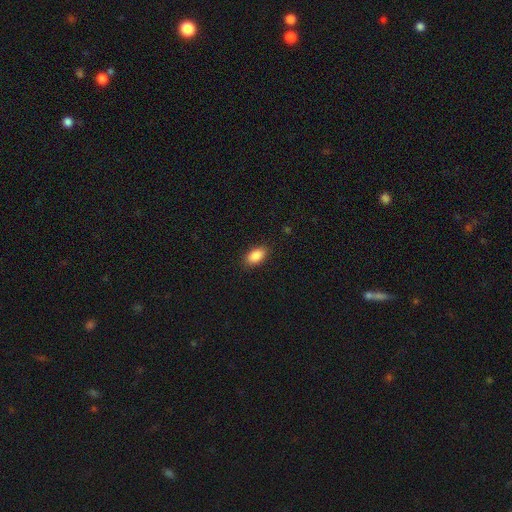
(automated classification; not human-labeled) Smooth or featured?
  - smooth: 89% *
  - star or artifact: 7%
  - featured or disk: 4%
How rounded?
  - in between: 92% *
  - round: 5%
  - cigar-shaped: 3%
Merging?
  - none: 88% *
  - minor disturbance: 9%
  - major disturbance: 2%
  - merger: 1%